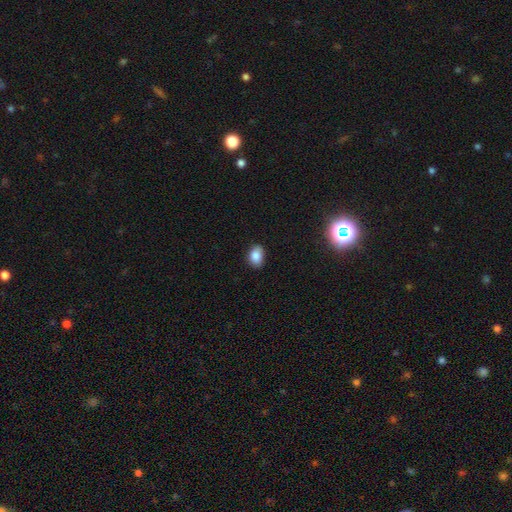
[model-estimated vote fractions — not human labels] Morphology: type=smooth (85%); roundness=in between (78%); merging=none (81%).